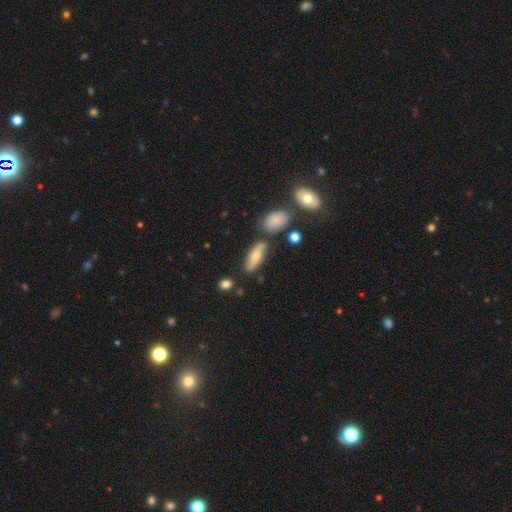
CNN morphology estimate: smooth_or_featured: smooth (p=0.58) [alt: featured or disk p=0.31]
how_rounded: in between (p=0.63) [alt: cigar-shaped p=0.32]
merging: none (p=0.74) [alt: minor disturbance p=0.15]